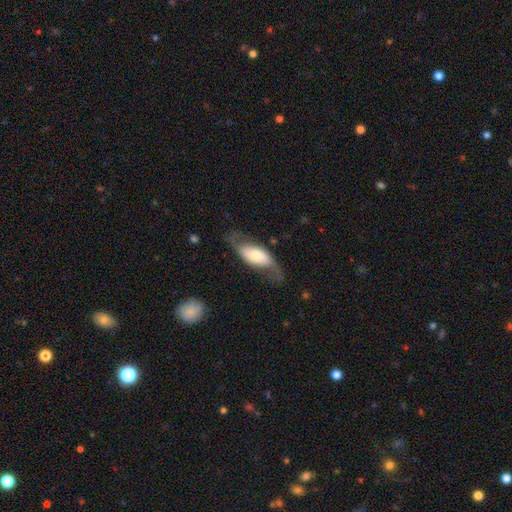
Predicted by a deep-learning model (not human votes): Overall: featured or disk (51%; smooth 42%). Edge-on disk: no (82%). Merging: none (59%; minor disturbance 22%).